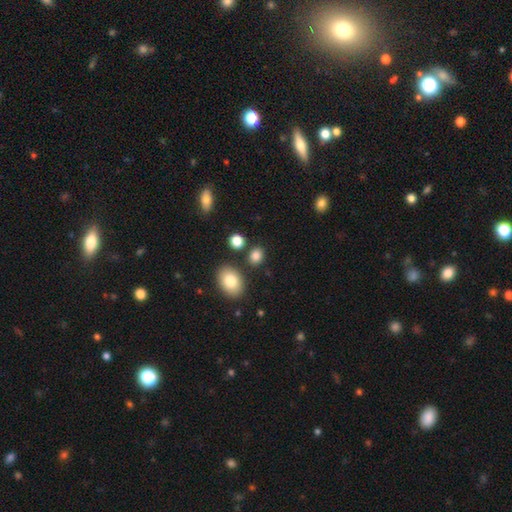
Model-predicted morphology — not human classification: Smooth or featured? smooth (83%)
How rounded? round (51%)
Merging? none (81%)